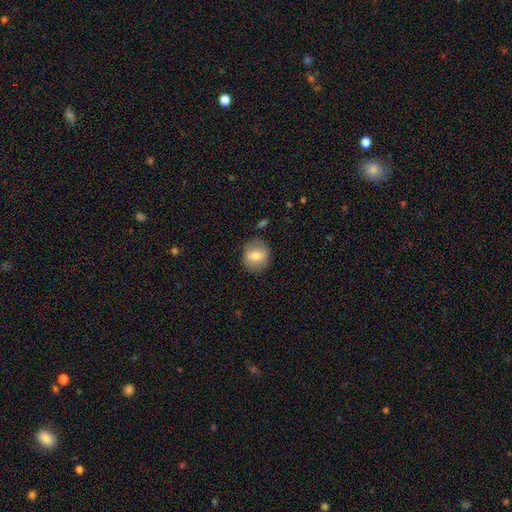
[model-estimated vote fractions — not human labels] Overall: smooth (67%). How rounded: round (80%). Merging: none (84%).